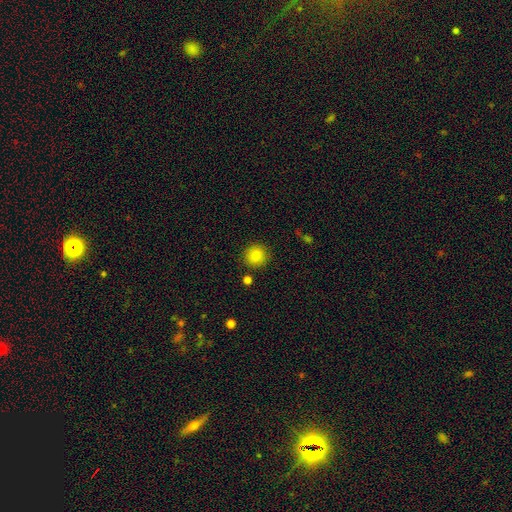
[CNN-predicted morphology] smooth 86%, star or artifact 10%, featured or disk 4%. Down the decision tree: how rounded — round (92%); merging — none (89%).